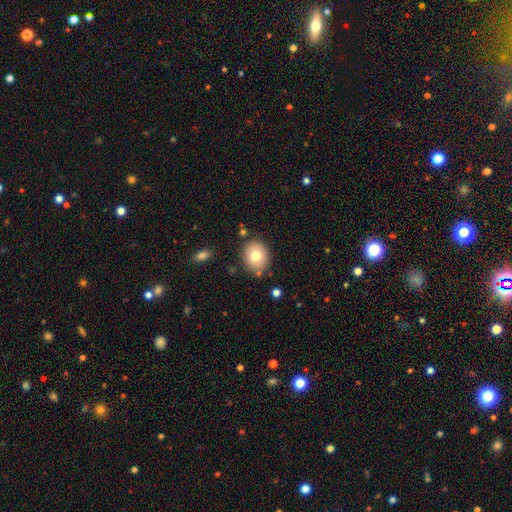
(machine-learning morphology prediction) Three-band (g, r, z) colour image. It shows a smooth galaxy with no disk features (75%) that is round (65%). Merging: none (83%).